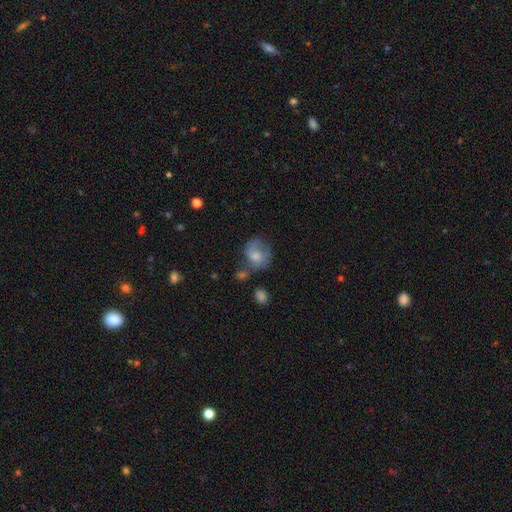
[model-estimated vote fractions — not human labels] Smooth or featured?
  - smooth: 61% *
  - featured or disk: 31%
  - star or artifact: 8%
How rounded?
  - round: 61% *
  - in between: 38%
  - cigar-shaped: 1%
Merging?
  - none: 41% *
  - minor disturbance: 28%
  - major disturbance: 19%
  - merger: 12%